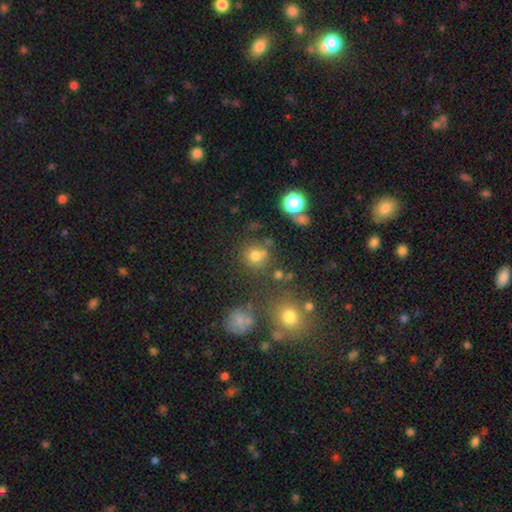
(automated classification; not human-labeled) smooth-or-featured: smooth: 70% | star or artifact: 21% | featured or disk: 9%
  how-rounded: round: 86% | in between: 13% | cigar-shaped: 1%
  merging: none: 66% | merger: 16% | minor disturbance: 12% | major disturbance: 6%